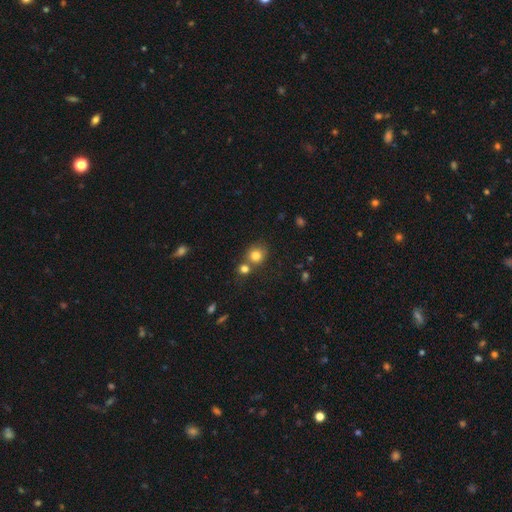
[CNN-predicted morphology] This appears to be a smooth galaxy with no disk features (80%) that is round (84%). Merging: none (58%).